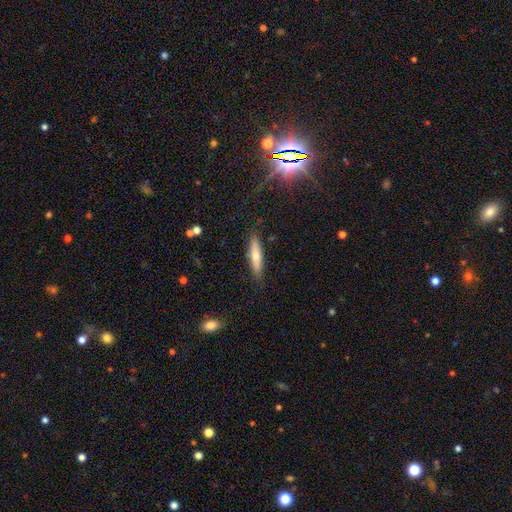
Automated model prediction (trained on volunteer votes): This is possibly a smooth galaxy (59%). How rounded: likely cigar-shaped (78%). Merging: clearly none (86%).